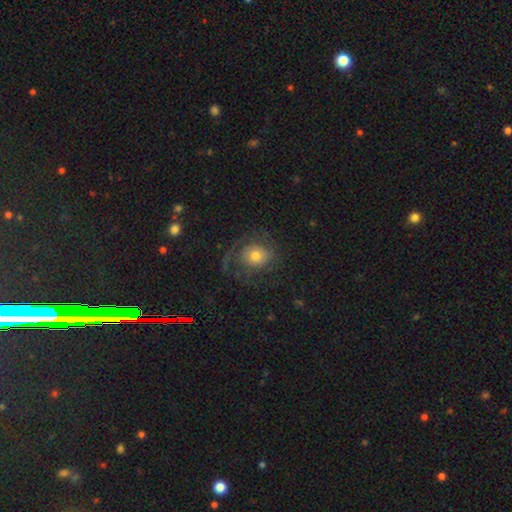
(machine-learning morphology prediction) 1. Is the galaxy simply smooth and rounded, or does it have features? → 50% featured or disk, 40% smooth, 10% star or artifact.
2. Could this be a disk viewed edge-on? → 97% no, 3% yes.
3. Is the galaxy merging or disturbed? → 57% none, 24% major disturbance, 18% minor disturbance, 2% merger.